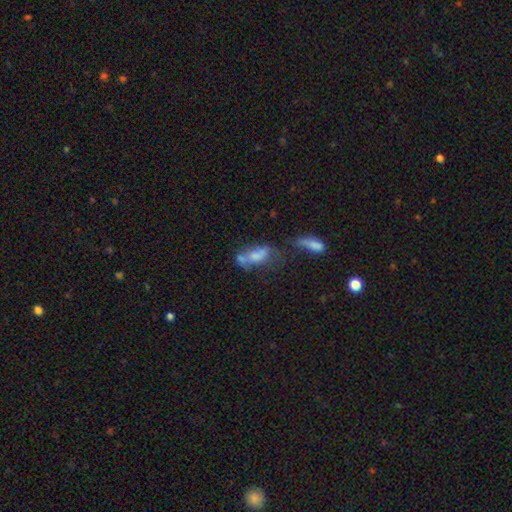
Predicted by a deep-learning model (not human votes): The model was most divided on "smooth or featured": smooth: 56%, featured or disk: 32%, star or artifact: 11%. Remaining: how rounded — in between (81%); merging — merger (46%).